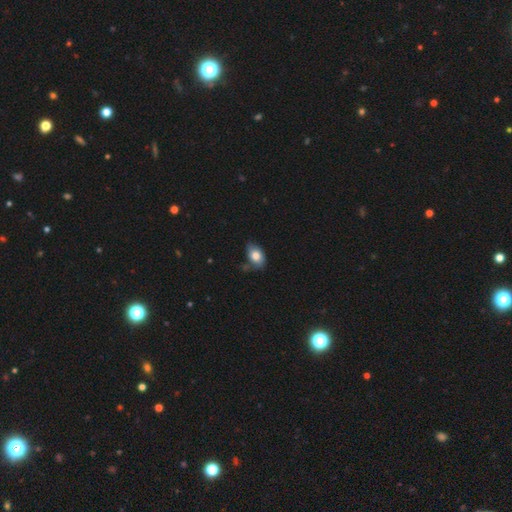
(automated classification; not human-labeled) Overall: smooth (80%). How rounded: in between (83%). Merging: none (58%; minor disturbance 30%).